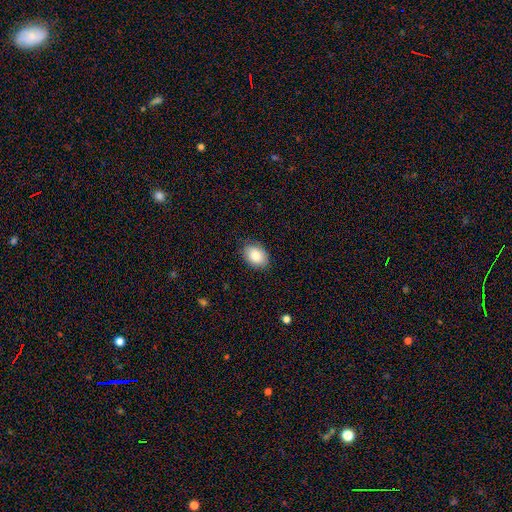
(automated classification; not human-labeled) Morphology: type=smooth (85%); roundness=in between (82%); merging=none (85%).